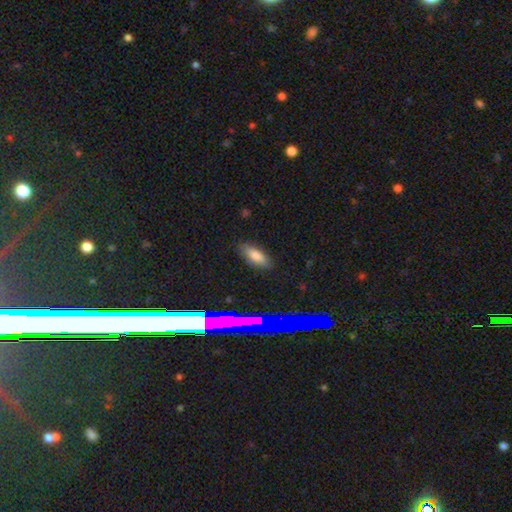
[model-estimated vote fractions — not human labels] Morphology: type=smooth (77%); roundness=in between (78%); merging=none (84%).